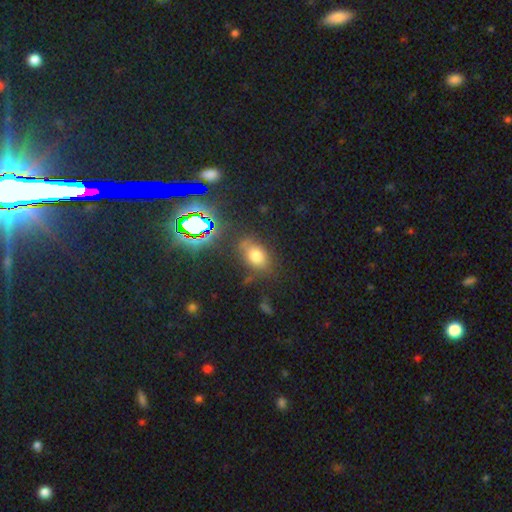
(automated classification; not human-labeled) The model was most divided on "smooth or featured": smooth: 66%, star or artifact: 22%, featured or disk: 12%. More confident: how rounded — in between (76%); merging — none (71%).